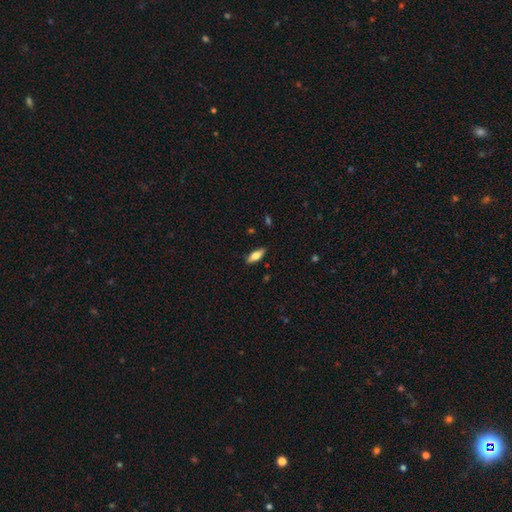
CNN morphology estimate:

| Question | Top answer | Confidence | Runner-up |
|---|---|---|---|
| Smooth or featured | smooth | 68% | featured or disk (25%) |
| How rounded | in between | 69% | cigar-shaped (29%) |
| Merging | none | 87% | minor disturbance (10%) |